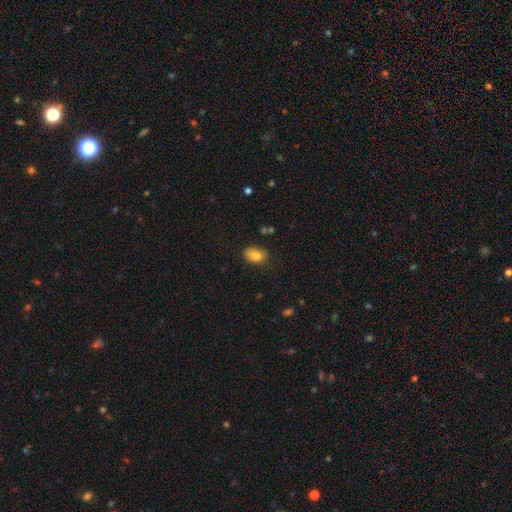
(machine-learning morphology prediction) Smooth or featured?
  - smooth: 80% *
  - star or artifact: 10%
  - featured or disk: 10%
How rounded?
  - in between: 76% *
  - round: 23%
  - cigar-shaped: 1%
Merging?
  - none: 73% *
  - minor disturbance: 20%
  - major disturbance: 4%
  - merger: 3%